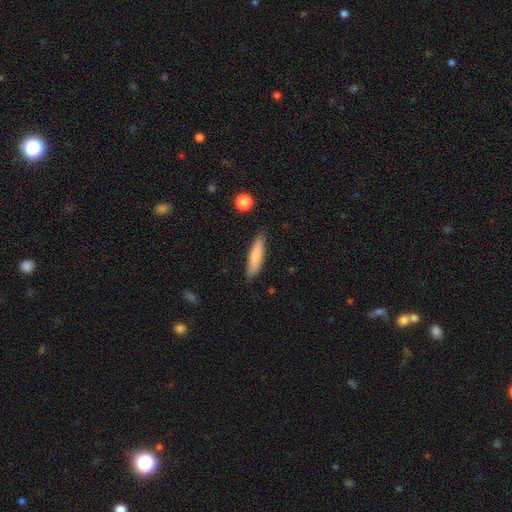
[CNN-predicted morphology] This is likely a smooth galaxy (80%). How rounded: likely cigar-shaped (75%). Merging: clearly none (83%).